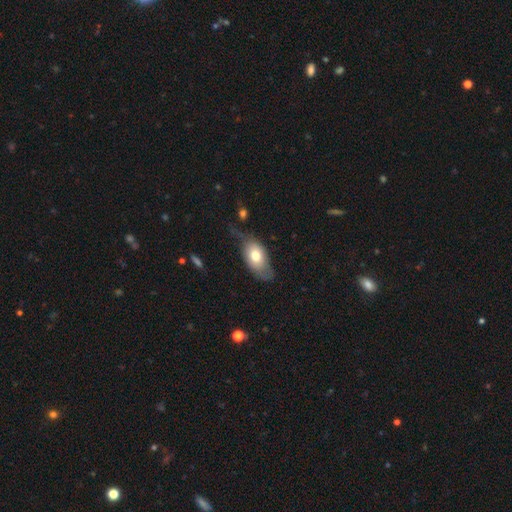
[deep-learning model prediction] smooth 70%, featured or disk 24%, star or artifact 7%. Down the decision tree: how rounded — in between (89%); merging — none (37%).